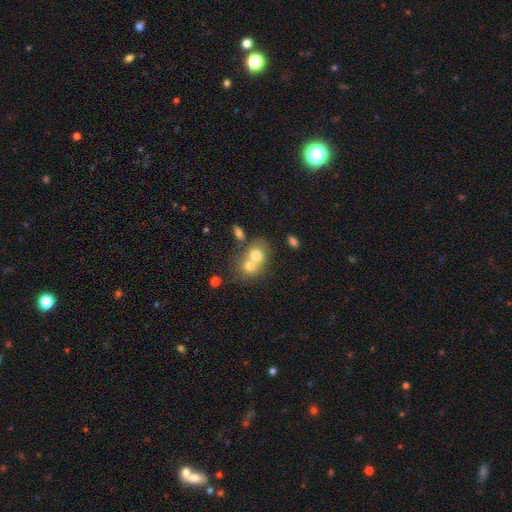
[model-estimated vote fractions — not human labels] Smooth or featured?
  - smooth: 69% *
  - featured or disk: 22%
  - star or artifact: 10%
How rounded?
  - round: 63% *
  - in between: 36%
  - cigar-shaped: 1%
Merging?
  - merger: 68% *
  - none: 23%
  - minor disturbance: 6%
  - major disturbance: 3%